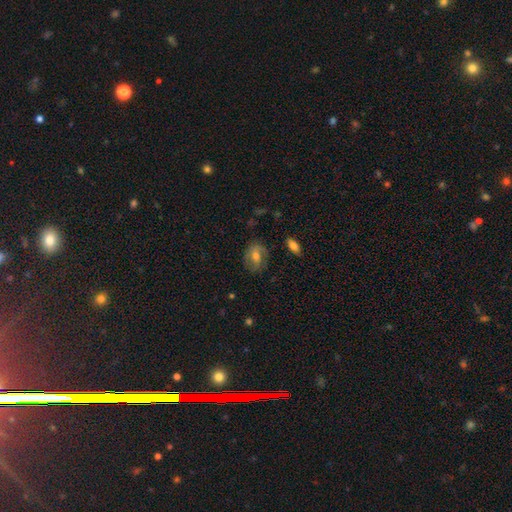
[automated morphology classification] A featured or disk galaxy (46%).

Vote fractions:
- Smooth or featured? featured or disk: 46% / smooth: 44% / star or artifact: 10%
- Merging? none: 73% / minor disturbance: 18% / major disturbance: 7% / merger: 2%